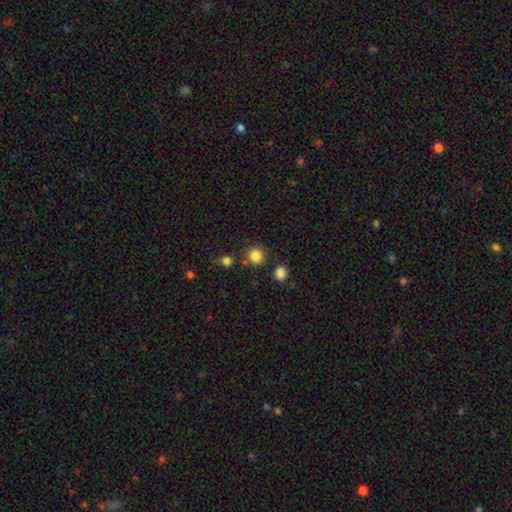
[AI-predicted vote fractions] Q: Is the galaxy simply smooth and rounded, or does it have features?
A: smooth — 84%.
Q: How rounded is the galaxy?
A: round — 92%.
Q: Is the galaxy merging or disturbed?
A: none — 83%.